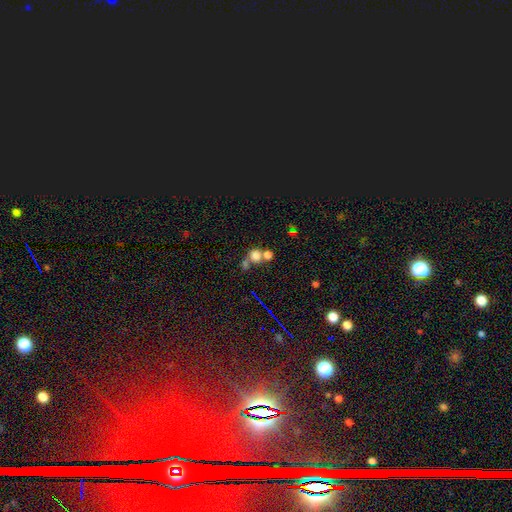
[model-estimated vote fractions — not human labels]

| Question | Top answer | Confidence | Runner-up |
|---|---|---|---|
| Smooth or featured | smooth | 73% | star or artifact (16%) |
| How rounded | round | 80% | in between (19%) |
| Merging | merger | 45% | none (42%) |